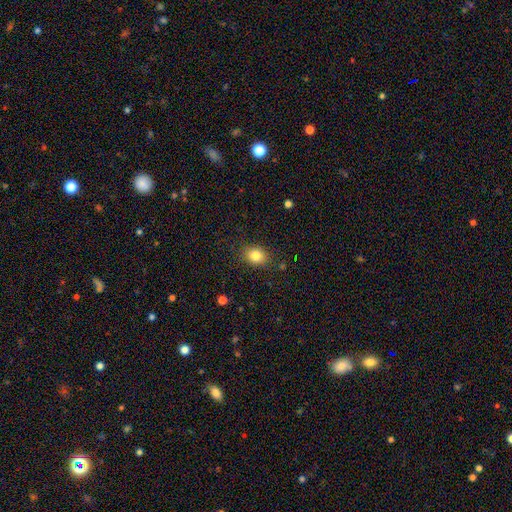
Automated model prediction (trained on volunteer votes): Q: Smooth or featured?
A: smooth (83%); runner-up: star or artifact (10%)
Q: How rounded?
A: in between (57%); runner-up: round (42%)
Q: Merging?
A: none (86%); runner-up: minor disturbance (10%)